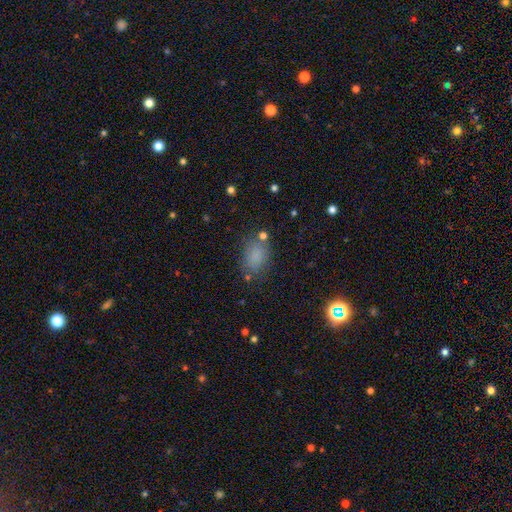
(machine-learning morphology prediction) Q: Smooth or featured?
A: smooth (80%); runner-up: star or artifact (14%)
Q: How rounded?
A: in between (80%); runner-up: round (19%)
Q: Merging?
A: none (74%); runner-up: minor disturbance (15%)